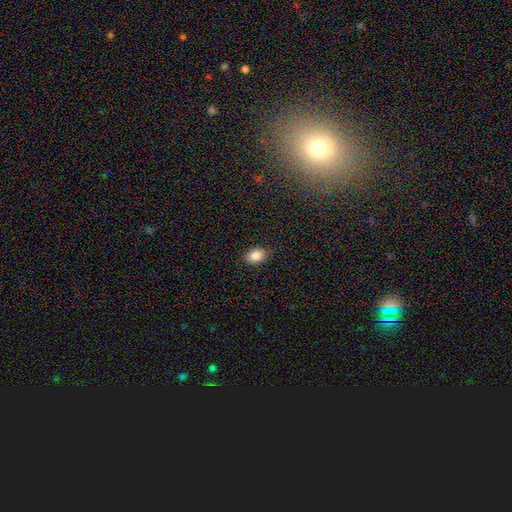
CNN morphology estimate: This is clearly a smooth galaxy (86%). How rounded: likely in between (80%). Merging: clearly none (87%).